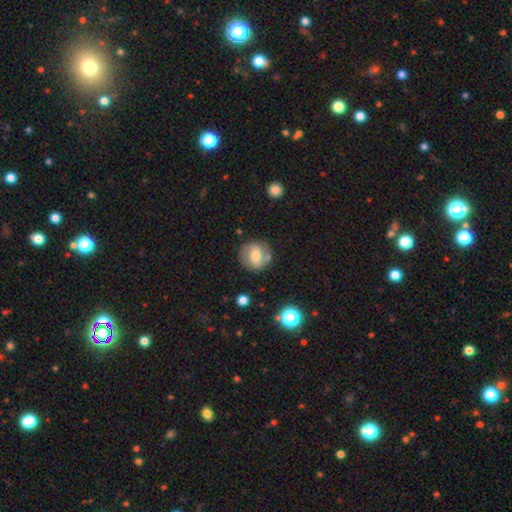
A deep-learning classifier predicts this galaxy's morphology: smooth-or-featured: smooth: 53% | featured or disk: 39% | star or artifact: 9%
  how-rounded: round: 86% | in between: 13% | cigar-shaped: 1%
  merging: none: 75% | minor disturbance: 14% | merger: 6% | major disturbance: 5%